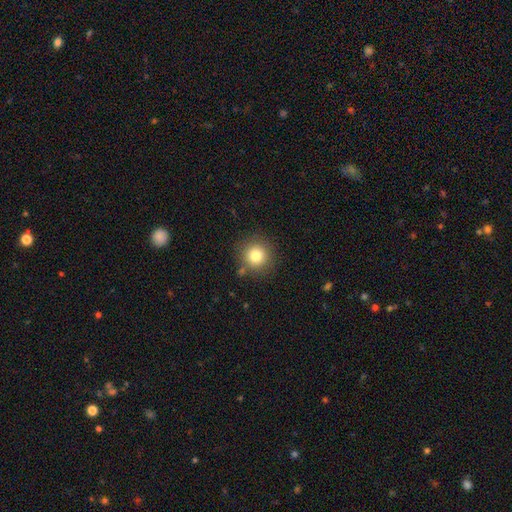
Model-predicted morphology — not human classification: Smooth or featured: smooth — 80% (star or artifact — 12%)
How rounded: round — 94% (in between — 5%)
Merging: none — 85% (minor disturbance — 8%)